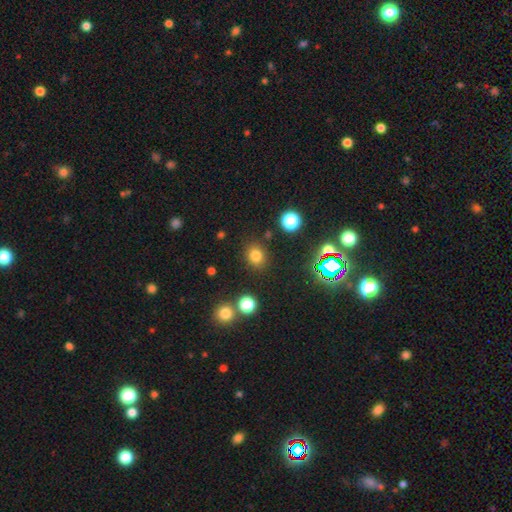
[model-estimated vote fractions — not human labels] This appears to be a smooth galaxy with no disk features (76%) that is round (72%). Merging: none (85%).